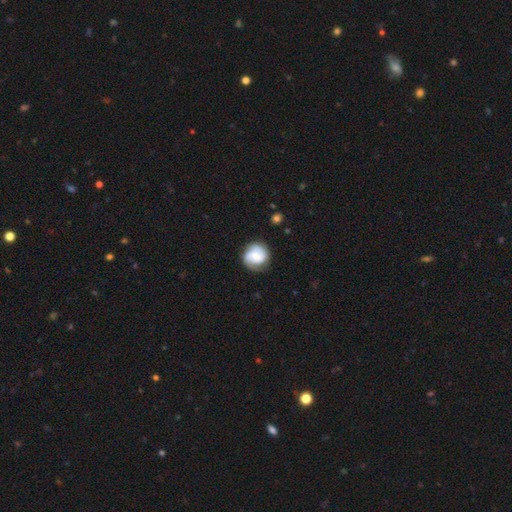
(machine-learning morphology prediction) Smooth or featured: featured or disk — 53% (smooth — 40%)
Edge-on disk: no — 98% (yes — 2%)
Bar: no — 49% (weak — 41%)
Spiral arms: yes — 91% (no — 9%)
Bulge size: small — 41% (moderate — 32%)
Merging: none — 75% (minor disturbance — 17%)